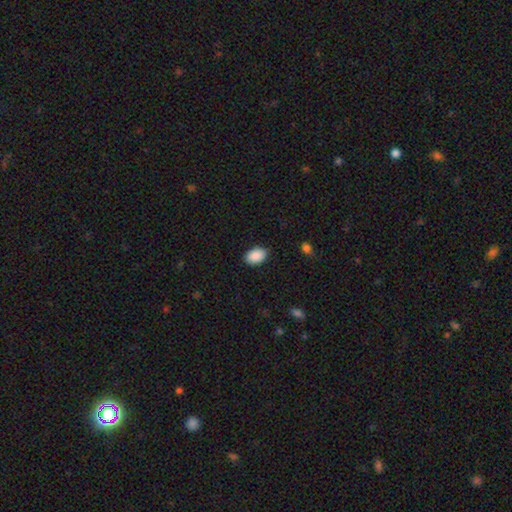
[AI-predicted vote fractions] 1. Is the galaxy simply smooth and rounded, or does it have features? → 90% smooth, 7% star or artifact, 3% featured or disk.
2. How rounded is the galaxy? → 89% in between, 10% round, 1% cigar-shaped.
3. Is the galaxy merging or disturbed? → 87% none, 10% minor disturbance, 2% major disturbance, 1% merger.